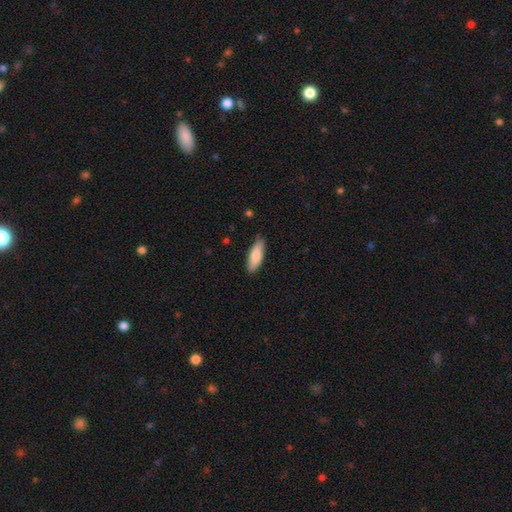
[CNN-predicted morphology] A smooth galaxy with no disk features (81%) that is in between round and cigar-shaped (60%). Merging: none (84%).